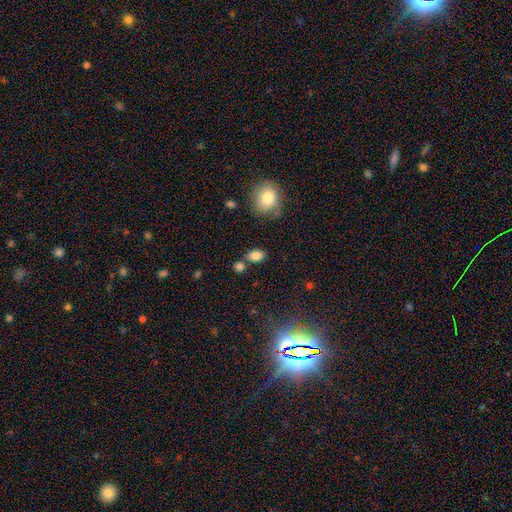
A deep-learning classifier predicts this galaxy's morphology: Smooth or featured? smooth (84%)
How rounded? in between (81%)
Merging? none (70%)